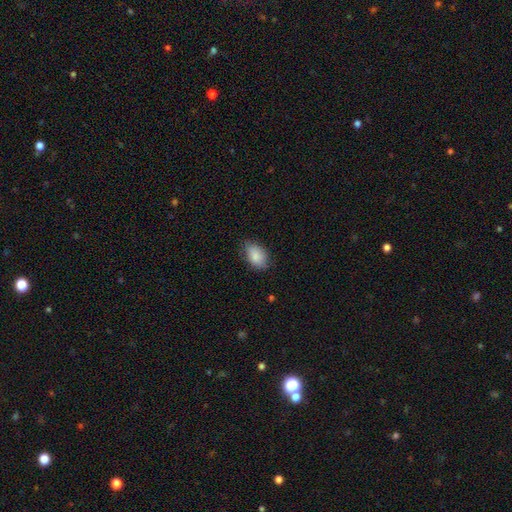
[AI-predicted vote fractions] Smooth or featured: smooth — 87% (star or artifact — 7%)
How rounded: in between — 88% (round — 10%)
Merging: none — 72% (minor disturbance — 22%)